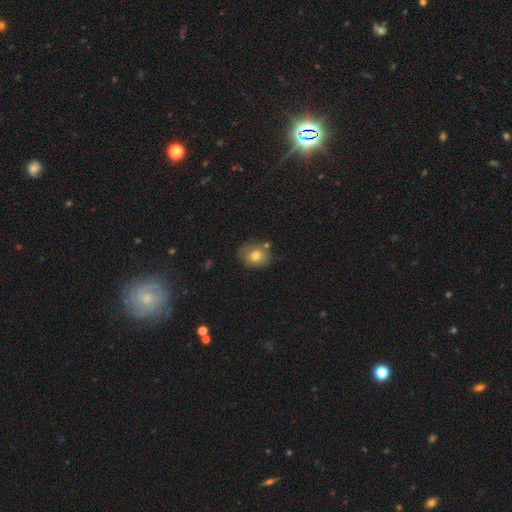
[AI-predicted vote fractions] This is likely a smooth galaxy (74%). How rounded: likely round (64%). Merging: likely none (66%).